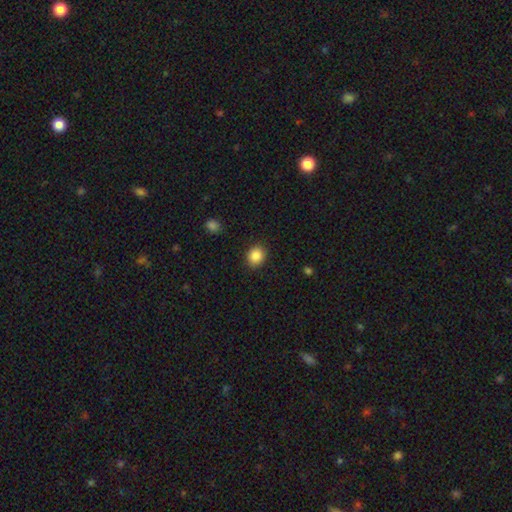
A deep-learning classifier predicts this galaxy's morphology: The model was most divided on "how rounded": round: 70%, in between: 29%, cigar-shaped: 1%. More confident: merging — none (89%); smooth or featured — smooth (87%).